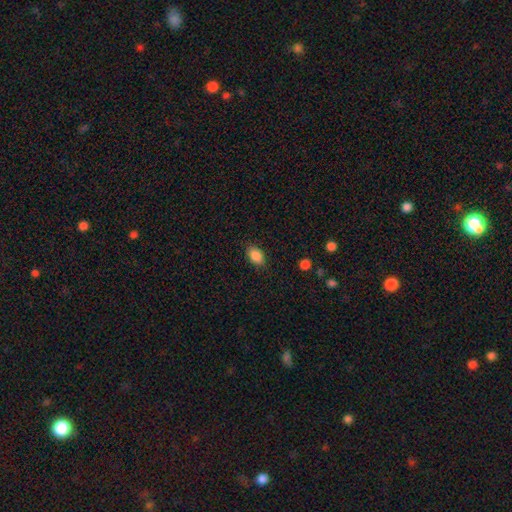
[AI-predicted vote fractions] smooth_or_featured: smooth (p=0.87) [alt: star or artifact p=0.08]
how_rounded: in between (p=0.85) [alt: round p=0.13]
merging: none (p=0.86) [alt: minor disturbance p=0.11]